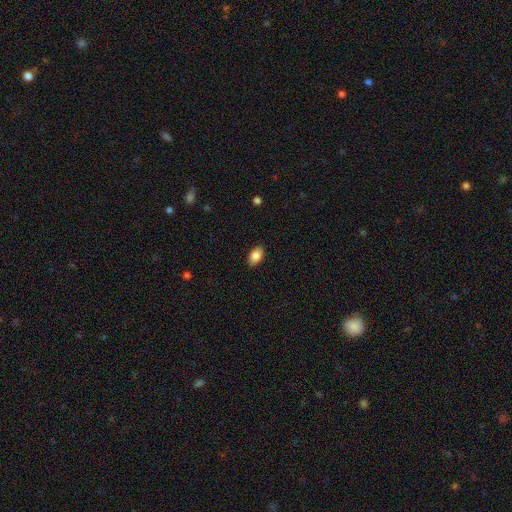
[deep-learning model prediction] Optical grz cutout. It shows a smooth galaxy with no disk features (86%) that is in between round and cigar-shaped (92%). Merging: none (88%).